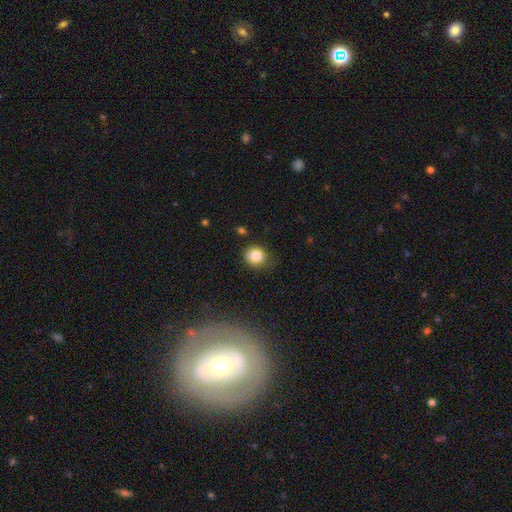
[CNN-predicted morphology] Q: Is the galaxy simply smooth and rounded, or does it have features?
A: smooth — 85%.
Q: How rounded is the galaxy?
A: round — 82%.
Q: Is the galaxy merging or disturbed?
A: none — 73%.